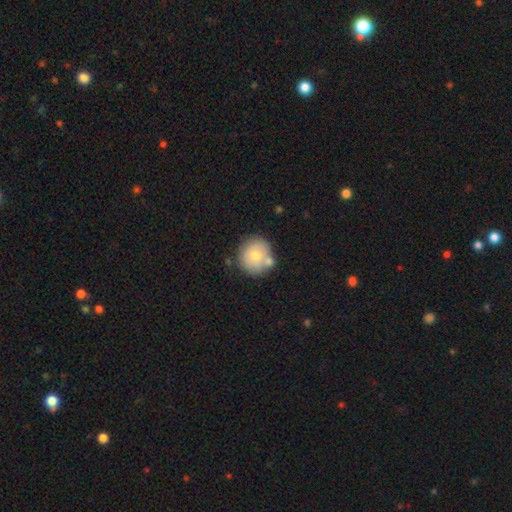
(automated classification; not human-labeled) Smooth or featured? smooth (72%)
How rounded? round (91%)
Merging? none (63%)